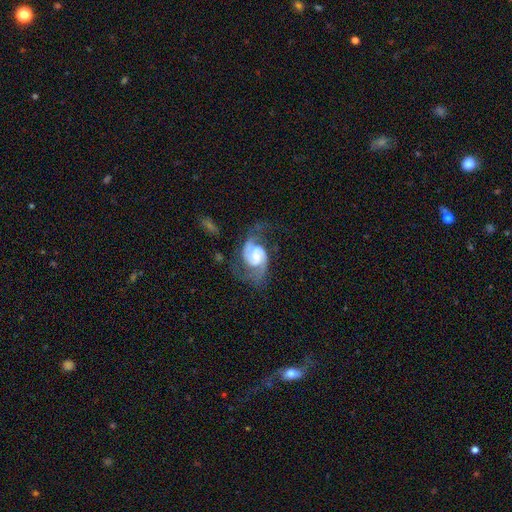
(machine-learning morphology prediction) Q: Smooth or featured?
A: featured or disk (87%); runner-up: smooth (8%)
Q: Edge-on disk?
A: no (98%); runner-up: yes (2%)
Q: Bar?
A: no (45%); tied with: weak (45%)
Q: Spiral arms?
A: yes (97%); runner-up: no (3%)
Q: Spiral winding?
A: medium (52%); runner-up: tight (25%)
Q: Spiral arm count?
A: 2 (89%); runner-up: can't tell (4%)
Q: Bulge size?
A: small (40%); runner-up: moderate (35%)
Q: Merging?
A: none (57%); runner-up: major disturbance (20%)